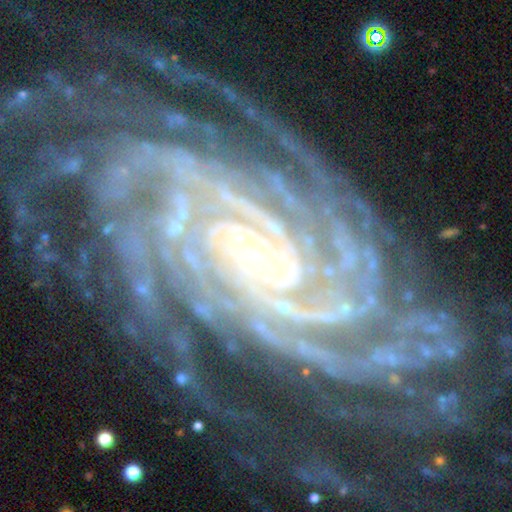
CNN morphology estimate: Smooth or featured?
  - featured or disk: 92% *
  - star or artifact: 5%
  - smooth: 3%
Edge-on disk?
  - no: 97% *
  - yes: 3%
Bar?
  - no: 58% *
  - weak: 24%
  - strong: 18%
Spiral arms?
  - yes: 99% *
  - no: 1%
Spiral winding?
  - tight: 74% *
  - medium: 22%
  - loose: 5%
Spiral arm count?
  - more than 4: 31% *
  - 4: 21%
  - can't tell: 13%
  - 3: 13%
  - 2: 12%
  - 1: 9%
Bulge size?
  - small: 83% *
  - moderate: 11%
  - none: 3%
  - large: 2%
  - dominant: 1%
Merging?
  - none: 70% *
  - minor disturbance: 16%
  - major disturbance: 11%
  - merger: 3%